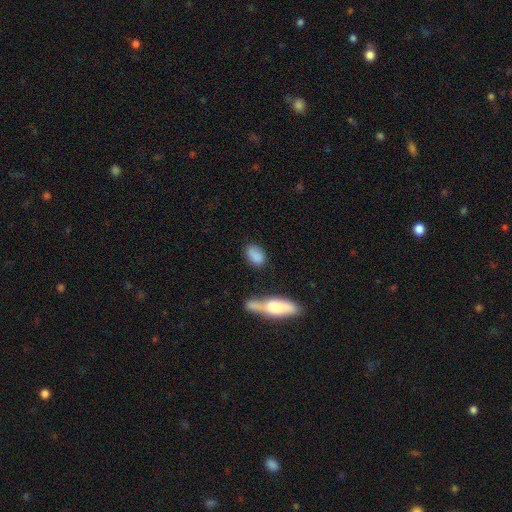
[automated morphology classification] This is clearly a smooth galaxy (84%). How rounded: clearly in between (86%). Merging: likely none (63%).